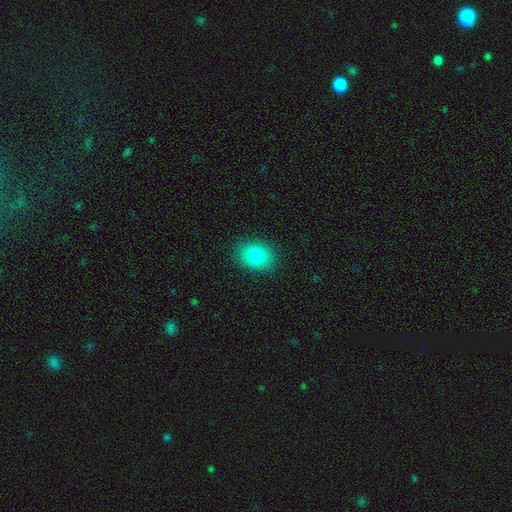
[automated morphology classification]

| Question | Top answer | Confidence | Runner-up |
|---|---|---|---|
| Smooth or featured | smooth | 82% | star or artifact (9%) |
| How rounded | in between | 62% | round (37%) |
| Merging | none | 88% | minor disturbance (9%) |